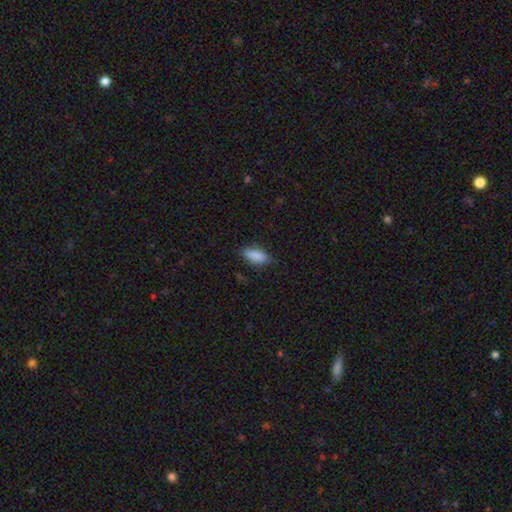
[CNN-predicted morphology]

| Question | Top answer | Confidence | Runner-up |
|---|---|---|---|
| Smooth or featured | smooth | 87% | star or artifact (7%) |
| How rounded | in between | 81% | cigar-shaped (17%) |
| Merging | none | 78% | minor disturbance (17%) |